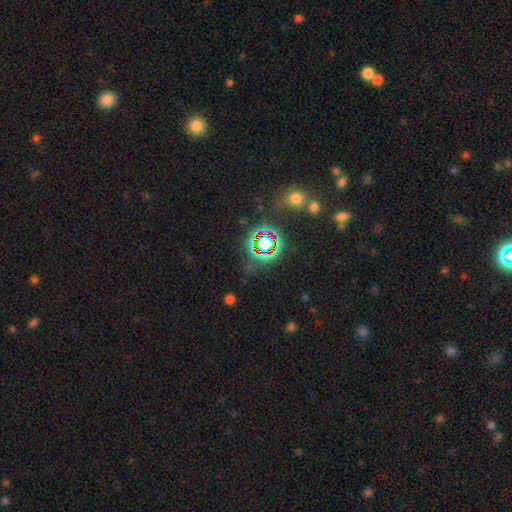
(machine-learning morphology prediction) star or artifact 70%, smooth 18%, featured or disk 12%.